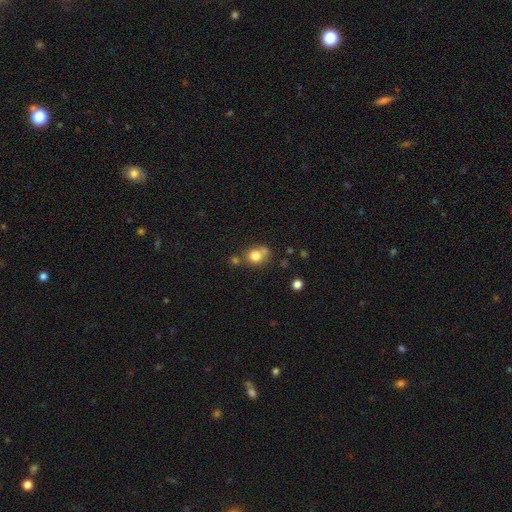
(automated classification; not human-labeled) The model was most divided on "merging": none: 53%, merger: 28%, minor disturbance: 14%, major disturbance: 5%. More confident: smooth or featured — smooth (79%); how rounded — round (76%).